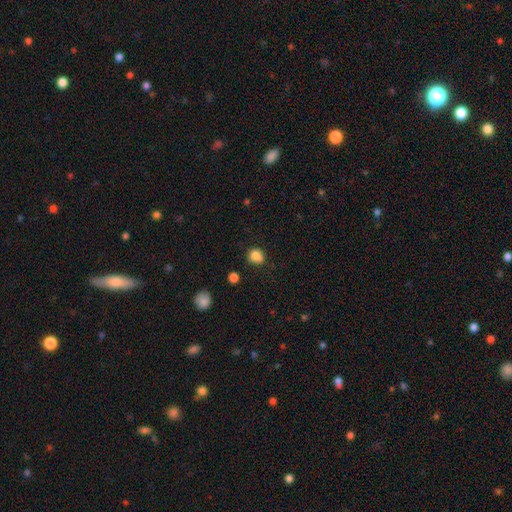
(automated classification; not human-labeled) Smooth or featured: smooth — 83% (star or artifact — 11%)
How rounded: round — 66% (in between — 33%)
Merging: none — 61% (minor disturbance — 26%)